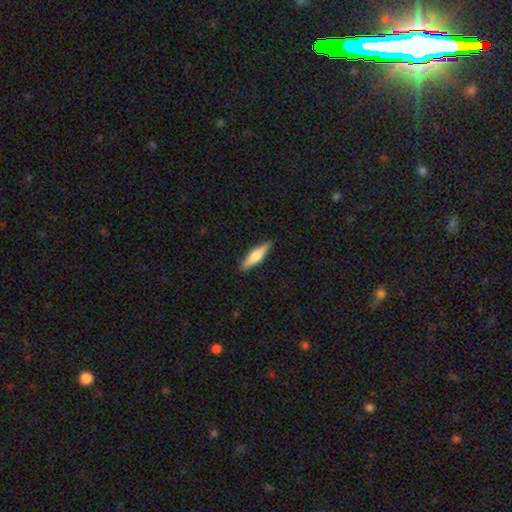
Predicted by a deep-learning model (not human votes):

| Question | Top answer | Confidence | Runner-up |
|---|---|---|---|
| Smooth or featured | featured or disk | 53% | smooth (42%) |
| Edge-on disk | yes | 96% | no (4%) |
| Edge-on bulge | rounded | 86% | boxy (10%) |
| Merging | none | 90% | minor disturbance (7%) |